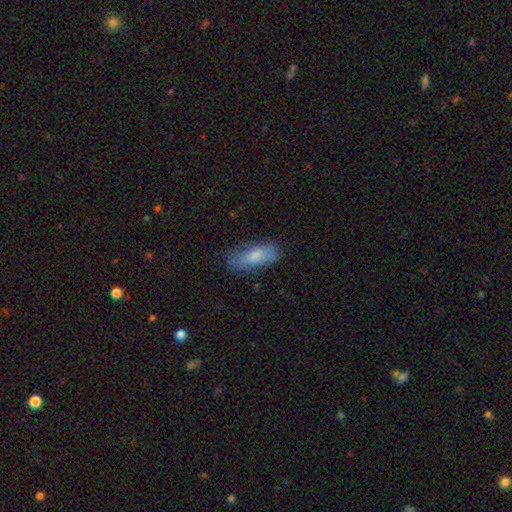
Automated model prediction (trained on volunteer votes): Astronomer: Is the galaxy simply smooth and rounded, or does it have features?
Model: smooth — 72%.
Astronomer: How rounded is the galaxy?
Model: in between — 66%.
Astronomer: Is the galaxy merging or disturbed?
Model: none — 63%.